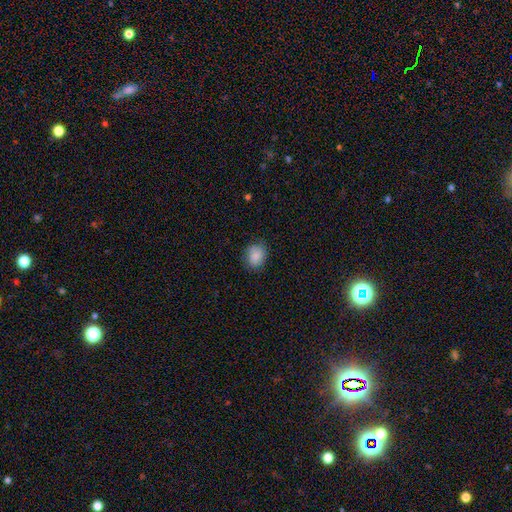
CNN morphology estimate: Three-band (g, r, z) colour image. It shows a smooth galaxy with no disk features (86%) that is round (52%). Merging: none (80%).